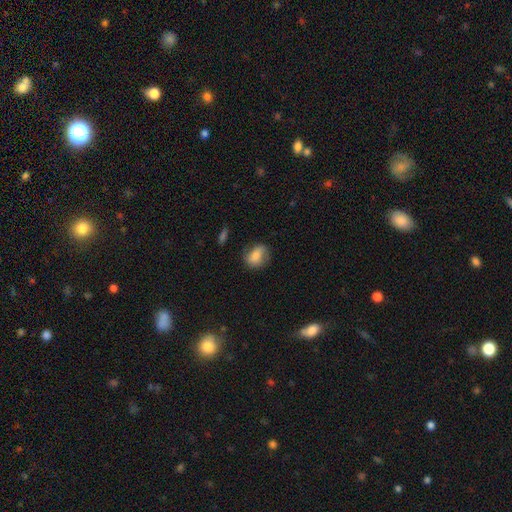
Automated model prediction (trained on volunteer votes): smooth_or_featured: smooth (p=0.75) [alt: featured or disk p=0.16]
how_rounded: in between (p=0.62) [alt: round p=0.36]
merging: none (p=0.66) [alt: minor disturbance p=0.24]